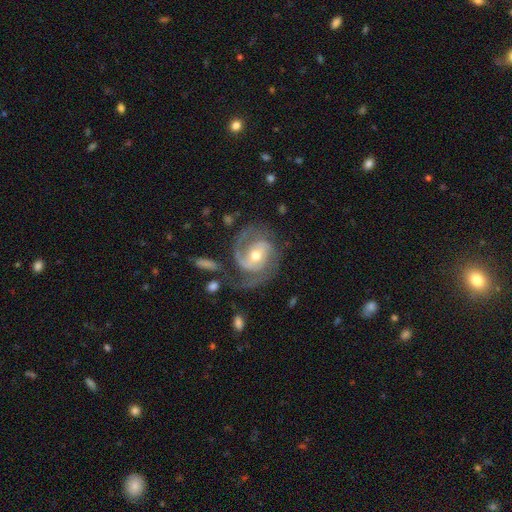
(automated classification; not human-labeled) Q: Smooth or featured?
A: featured or disk (90%); runner-up: smooth (6%)
Q: Edge-on disk?
A: no (98%); runner-up: yes (2%)
Q: Bar?
A: weak (42%); runner-up: no (39%)
Q: Spiral arms?
A: yes (97%); runner-up: no (3%)
Q: Spiral winding?
A: medium (47%); runner-up: tight (41%)
Q: Spiral arm count?
A: 2 (71%); runner-up: 3 (10%)
Q: Bulge size?
A: moderate (67%); runner-up: small (26%)
Q: Merging?
A: none (62%); runner-up: minor disturbance (19%)